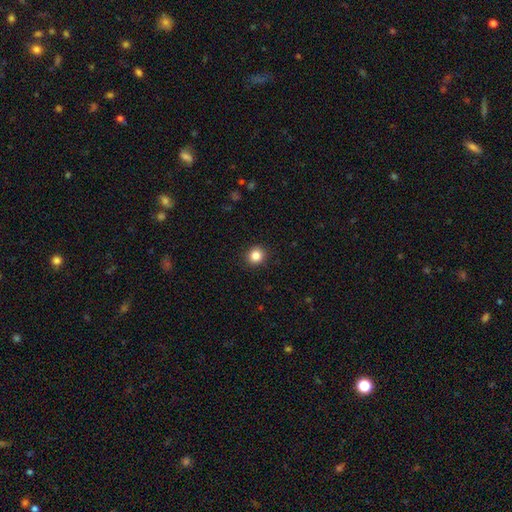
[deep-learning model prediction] Smooth or featured: smooth — 85% (star or artifact — 11%)
How rounded: round — 88% (in between — 11%)
Merging: none — 92% (minor disturbance — 6%)